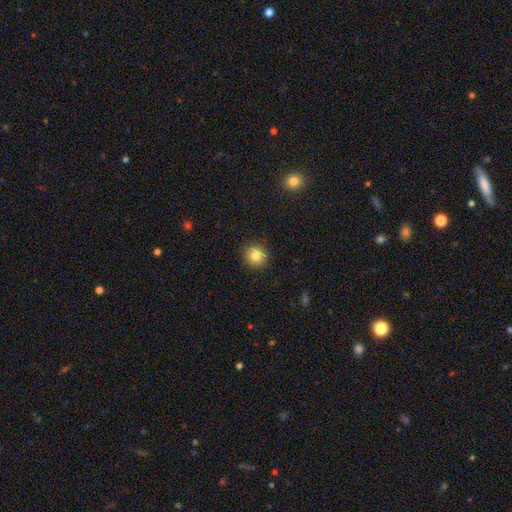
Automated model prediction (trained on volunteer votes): Smooth or featured: smooth — 82% (star or artifact — 11%)
How rounded: round — 91% (in between — 8%)
Merging: none — 91% (minor disturbance — 6%)